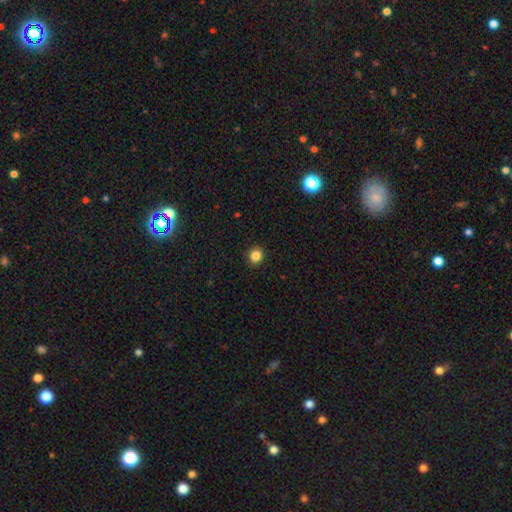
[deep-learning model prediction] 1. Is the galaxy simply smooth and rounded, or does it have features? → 84% smooth, 12% star or artifact, 4% featured or disk.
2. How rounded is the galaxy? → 86% round, 14% in between, 1% cigar-shaped.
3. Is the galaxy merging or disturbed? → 92% none, 5% minor disturbance, 2% major disturbance, 1% merger.